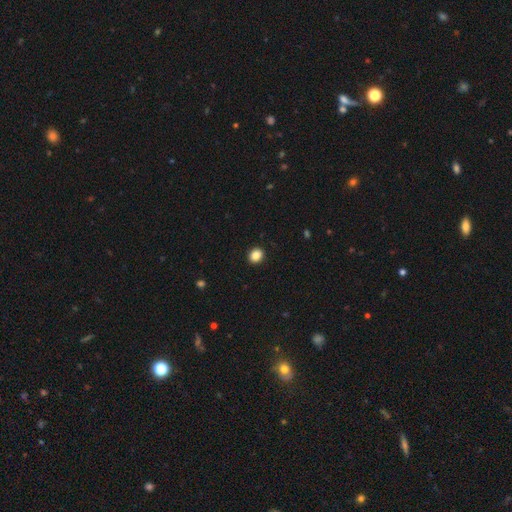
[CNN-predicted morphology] Smooth or featured: smooth — 86% (star or artifact — 10%)
How rounded: round — 75% (in between — 24%)
Merging: none — 93% (minor disturbance — 5%)